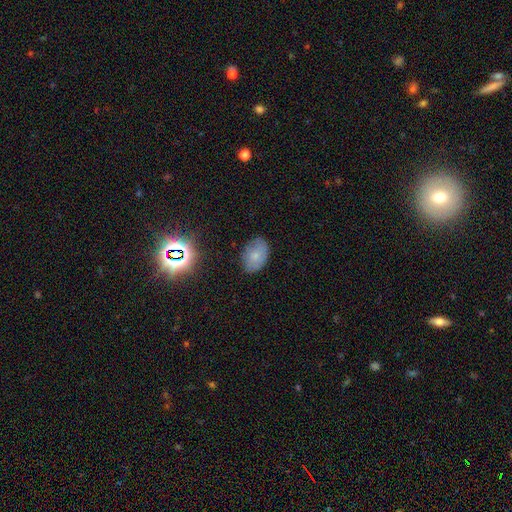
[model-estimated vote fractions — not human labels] This is likely a smooth galaxy (71%). How rounded: clearly in between (85%). Merging: likely none (78%).